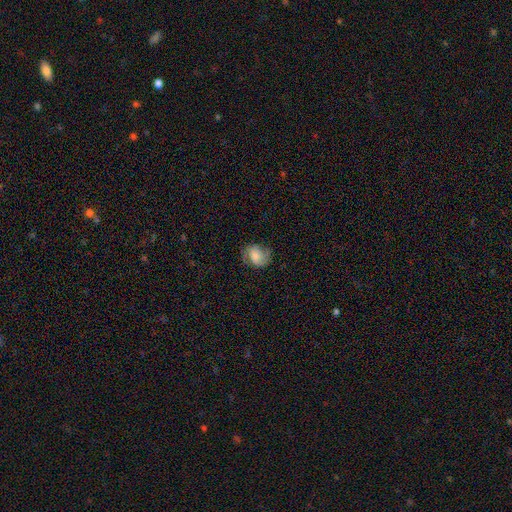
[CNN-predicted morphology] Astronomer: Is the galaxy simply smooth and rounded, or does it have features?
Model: featured or disk — 49% (runner-up: smooth, 42%).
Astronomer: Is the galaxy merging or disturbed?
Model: none — 63%.